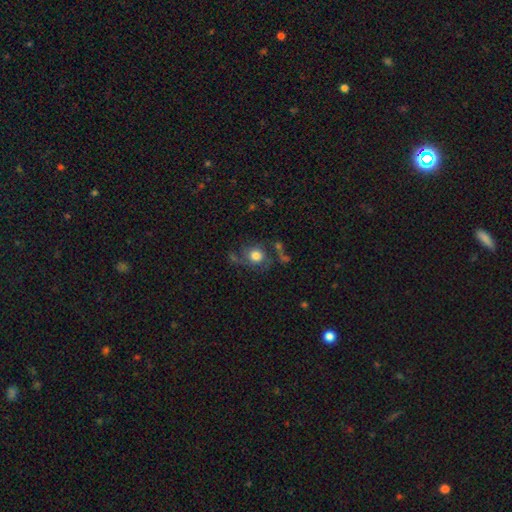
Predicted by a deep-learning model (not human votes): The model was most divided on "smooth or featured": smooth: 50%, featured or disk: 40%, star or artifact: 11%. Remaining: merging — none (49%).